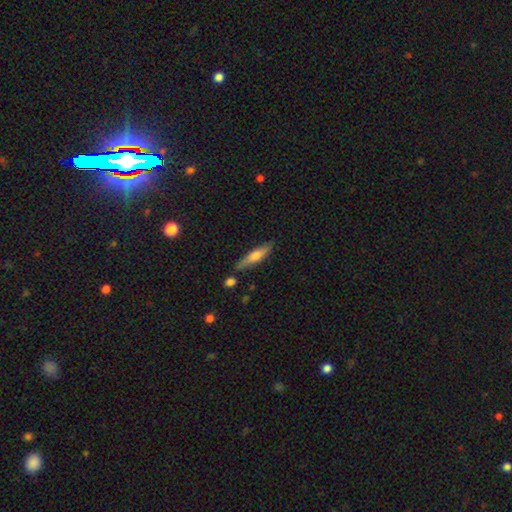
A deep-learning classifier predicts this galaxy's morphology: Smooth or featured? Predicted: smooth (p=0.59). How rounded? Predicted: cigar-shaped (p=0.78). Merging? Predicted: none (p=0.79).